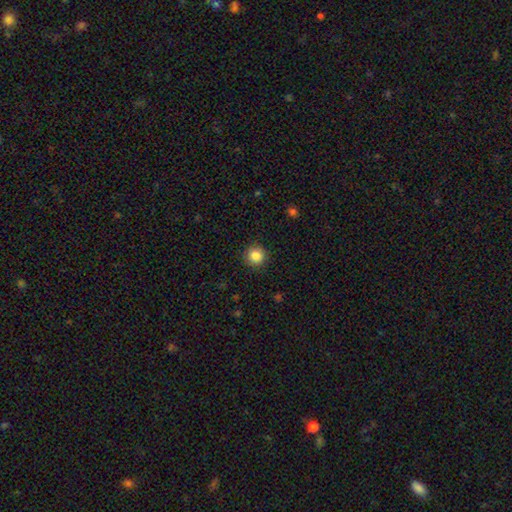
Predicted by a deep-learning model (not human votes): This is clearly a smooth galaxy (85%). How rounded: clearly round (93%). Merging: clearly none (91%).